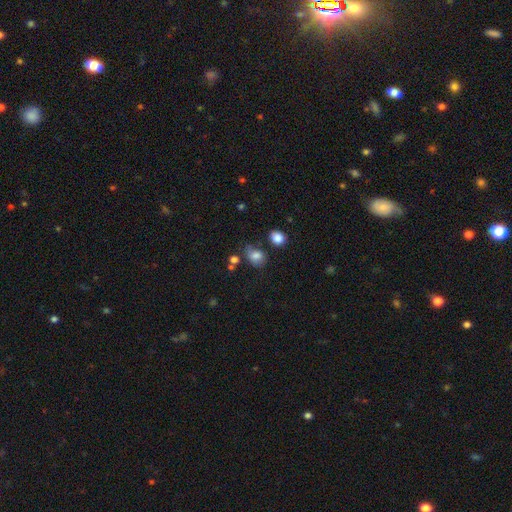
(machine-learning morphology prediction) smooth_or_featured: smooth (p=0.79) [alt: star or artifact p=0.11]
how_rounded: in between (p=0.61) [alt: round p=0.38]
merging: none (p=0.56) [alt: minor disturbance p=0.26]